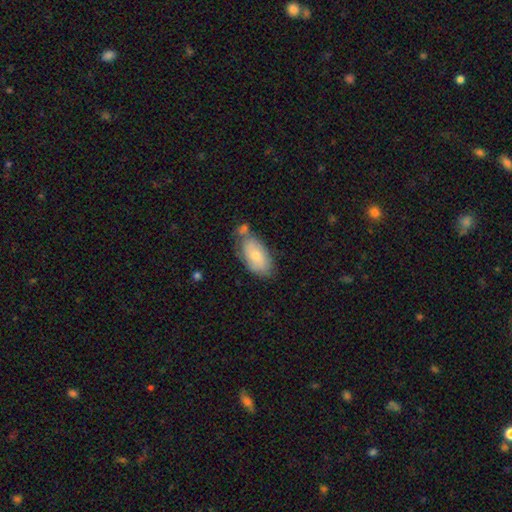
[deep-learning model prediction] smooth 66%, featured or disk 28%, star or artifact 6%. Down the decision tree: how rounded — in between (93%); merging — none (55%).